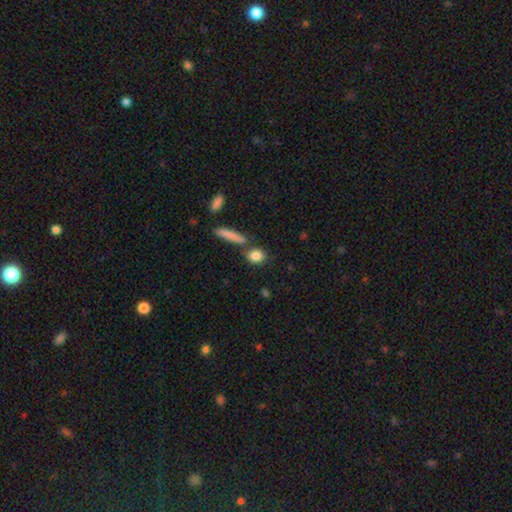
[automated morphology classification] This is clearly a smooth galaxy (85%). How rounded: possibly round (57%). Merging: likely none (71%).